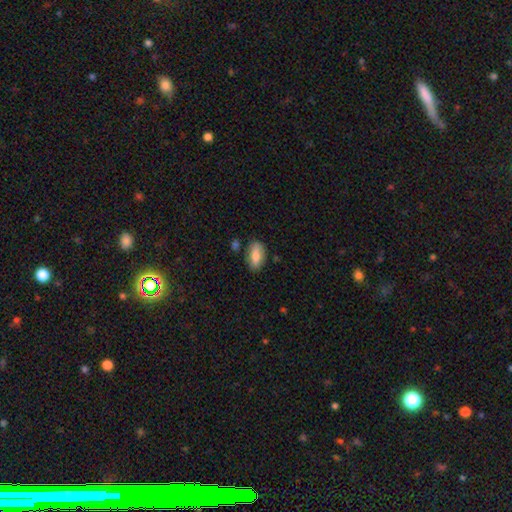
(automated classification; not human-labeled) Overall: smooth (78%). How rounded: in between (90%). Merging: none (80%).